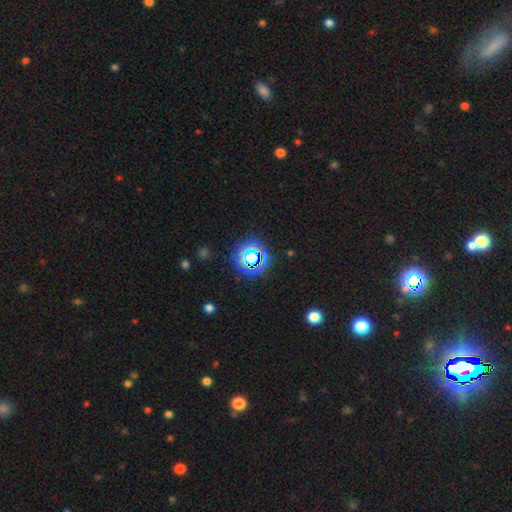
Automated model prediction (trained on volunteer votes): Morphology: type=star or artifact (65%).